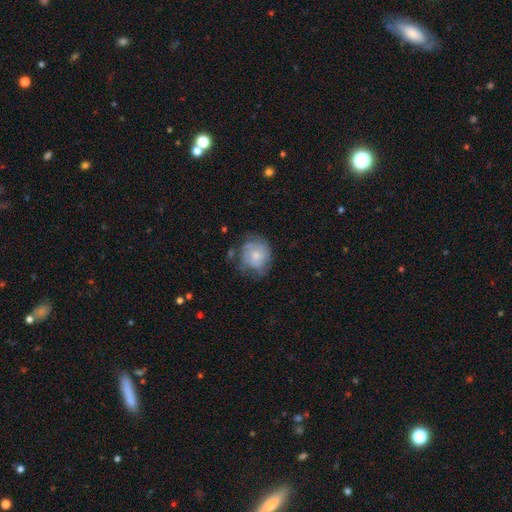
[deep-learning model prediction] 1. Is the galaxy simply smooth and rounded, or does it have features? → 62% smooth, 31% featured or disk, 7% star or artifact.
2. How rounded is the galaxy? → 77% round, 22% in between, 1% cigar-shaped.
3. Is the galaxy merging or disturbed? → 53% none, 30% minor disturbance, 14% major disturbance, 3% merger.